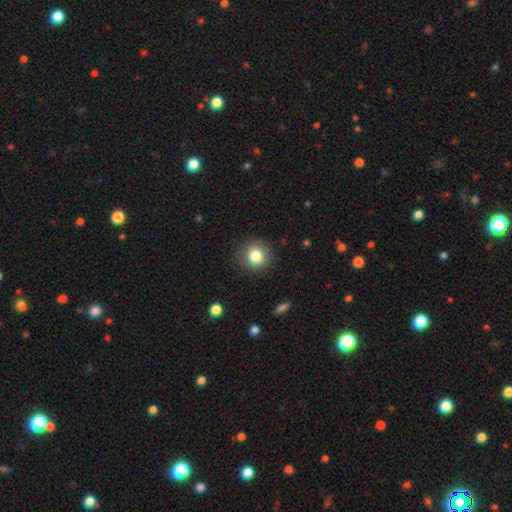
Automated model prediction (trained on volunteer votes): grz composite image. It shows a smooth galaxy with no disk features (81%) that is round (91%). Merging: none (88%).